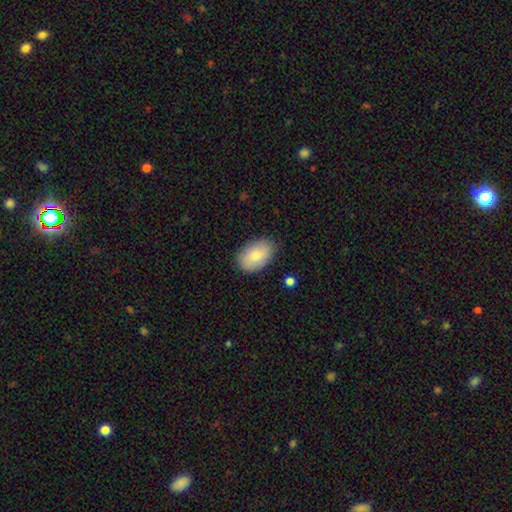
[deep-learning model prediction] This is clearly a smooth galaxy (81%). How rounded: clearly in between (90%). Merging: clearly none (83%).